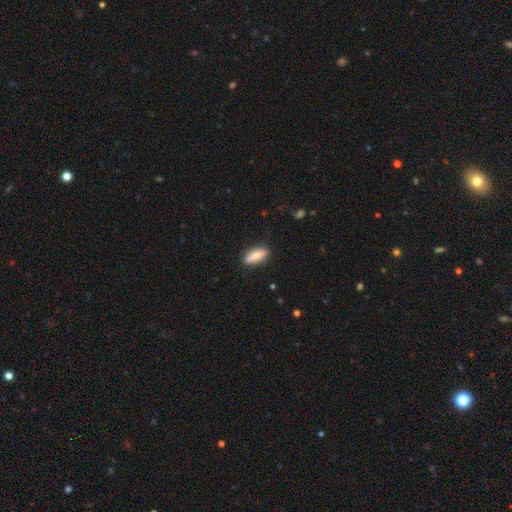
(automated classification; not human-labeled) This appears to be a smooth galaxy with no disk features (77%) that is in between round and cigar-shaped (61%). Merging: none (81%).